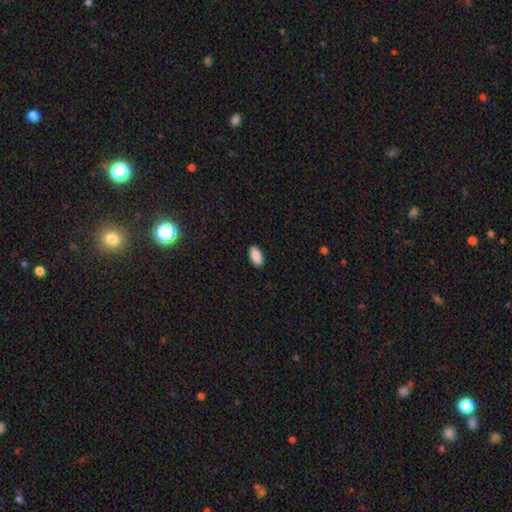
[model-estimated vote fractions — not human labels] This is clearly a smooth galaxy (91%). How rounded: clearly in between (95%). Merging: clearly none (90%).